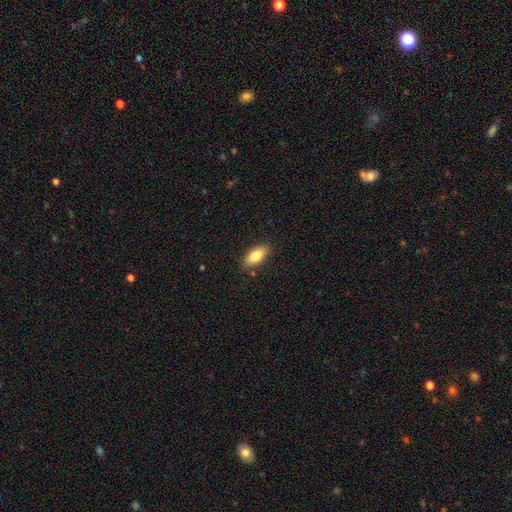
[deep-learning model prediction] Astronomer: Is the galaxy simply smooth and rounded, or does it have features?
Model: smooth — 82%.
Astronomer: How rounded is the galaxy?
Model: in between — 86%.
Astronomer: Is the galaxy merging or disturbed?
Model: none — 86%.